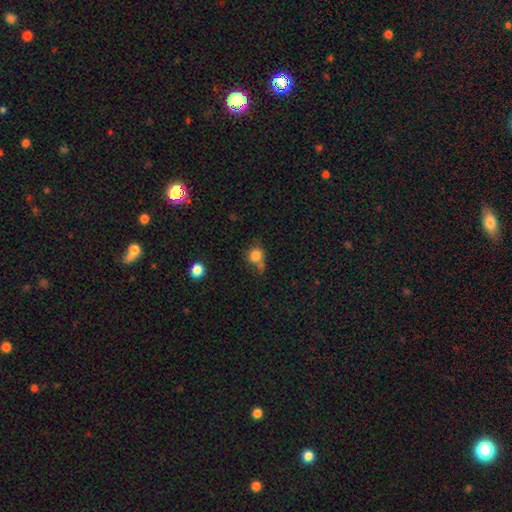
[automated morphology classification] A smooth galaxy with no disk features (81%) that is round (80%). Merging: none (48%).